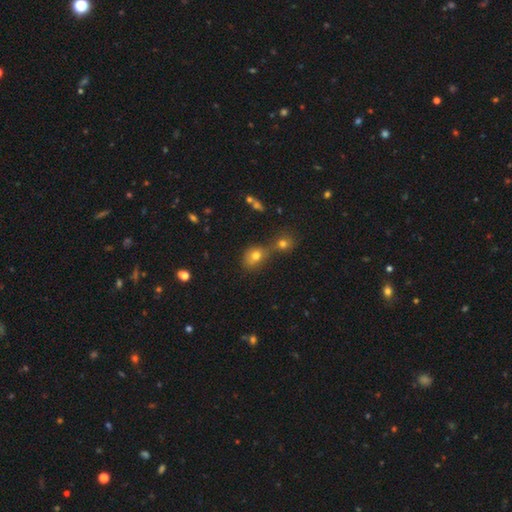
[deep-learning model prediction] Smooth or featured: smooth — 75% (star or artifact — 15%)
How rounded: round — 58% (in between — 40%)
Merging: merger — 48% (none — 38%)